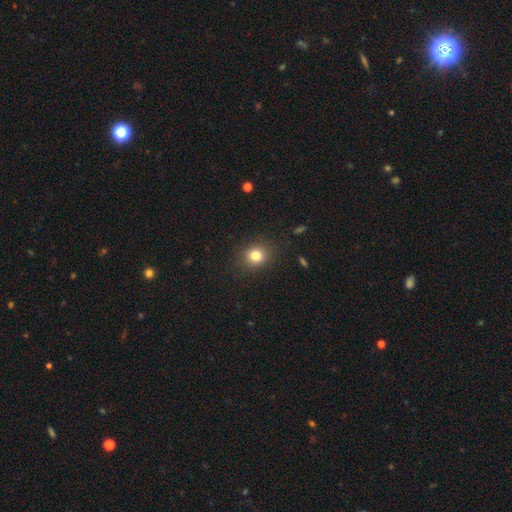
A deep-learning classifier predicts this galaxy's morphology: Smooth or featured? smooth (80%)
How rounded? round (75%)
Merging? none (88%)